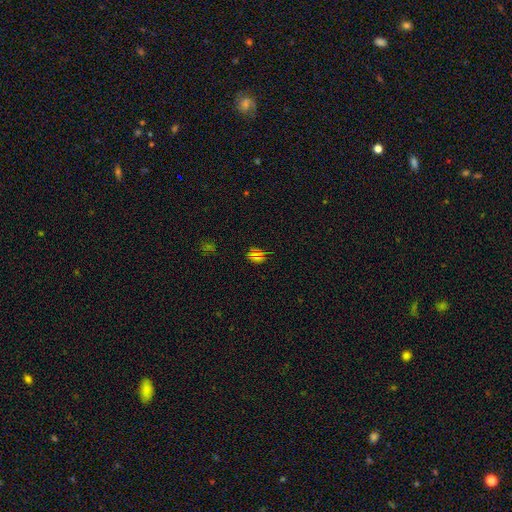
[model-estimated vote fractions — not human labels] smooth 51%, star or artifact 39%, featured or disk 10%. Down the decision tree: how rounded — round (57%); merging — none (81%).